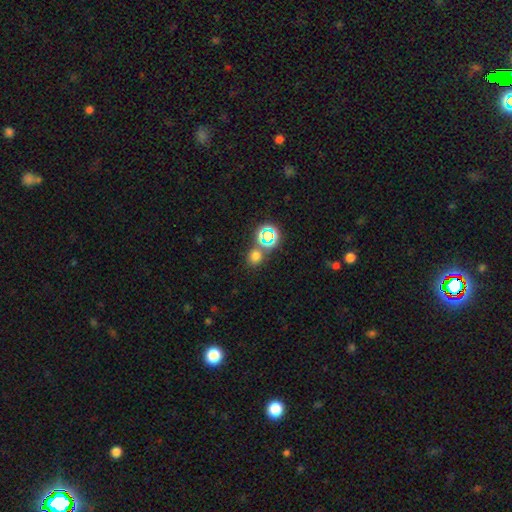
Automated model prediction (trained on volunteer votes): The model was most divided on "smooth or featured": smooth: 66%, star or artifact: 29%, featured or disk: 6%. More confident: how rounded — round (80%); merging — none (73%).